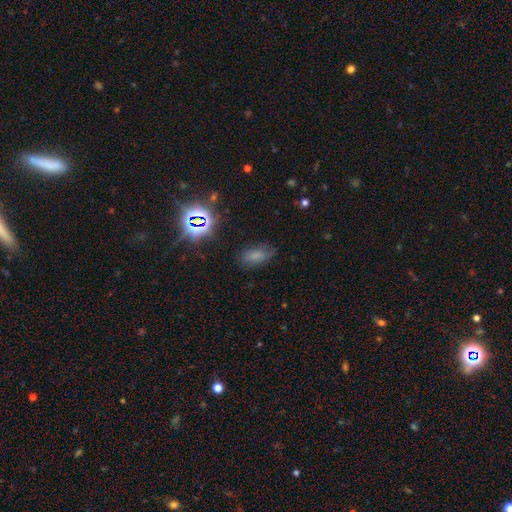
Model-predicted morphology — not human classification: A smooth galaxy with no disk features (64%) that is in between round and cigar-shaped (88%). Merging: none (64%).